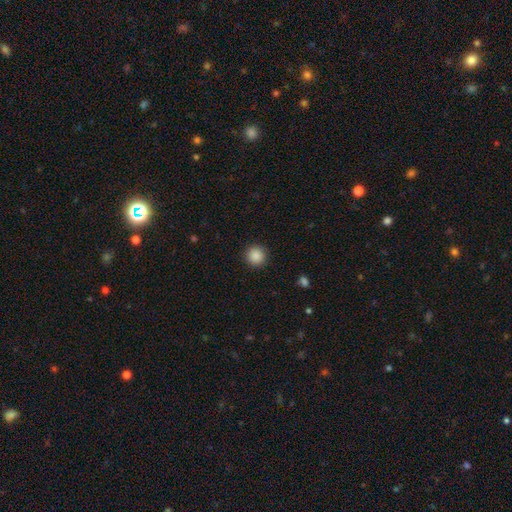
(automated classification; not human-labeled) Smooth or featured?
  - smooth: 88% *
  - star or artifact: 9%
  - featured or disk: 3%
How rounded?
  - round: 95% *
  - in between: 4%
  - cigar-shaped: 1%
Merging?
  - none: 91% *
  - minor disturbance: 5%
  - major disturbance: 2%
  - merger: 1%